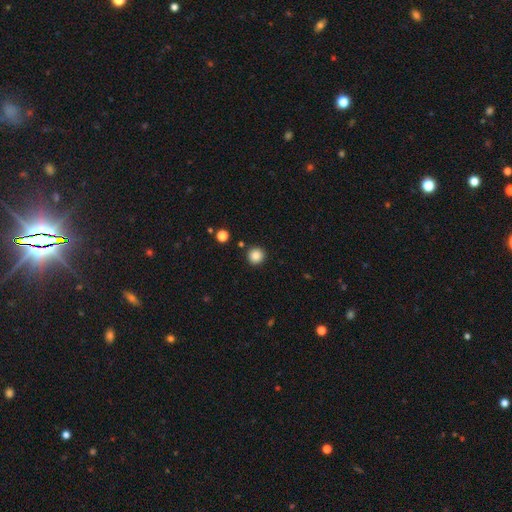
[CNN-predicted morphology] smooth-or-featured: smooth: 86% | star or artifact: 10% | featured or disk: 4%
  how-rounded: round: 94% | in between: 5% | cigar-shaped: 1%
  merging: none: 90% | minor disturbance: 6% | merger: 2% | major disturbance: 2%